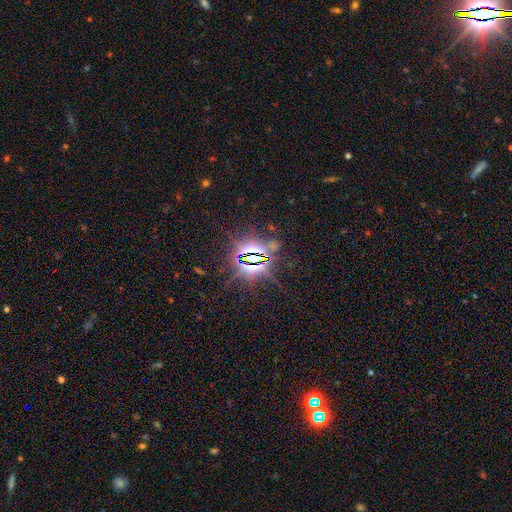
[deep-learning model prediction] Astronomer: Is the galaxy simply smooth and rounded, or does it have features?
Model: star or artifact — 83%.